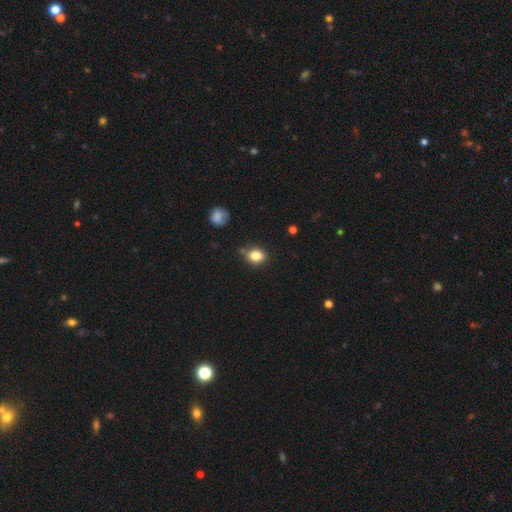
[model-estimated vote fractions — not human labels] This is clearly a smooth galaxy (83%). How rounded: possibly in between (54%). Merging: likely none (78%).